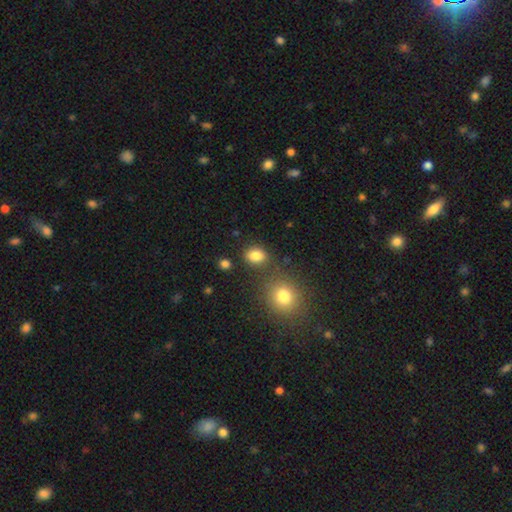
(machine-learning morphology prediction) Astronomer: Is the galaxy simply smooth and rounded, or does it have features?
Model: smooth — 84%.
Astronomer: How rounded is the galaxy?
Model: round — 52% (runner-up: in between, 46%).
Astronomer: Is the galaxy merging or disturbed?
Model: none — 77%.